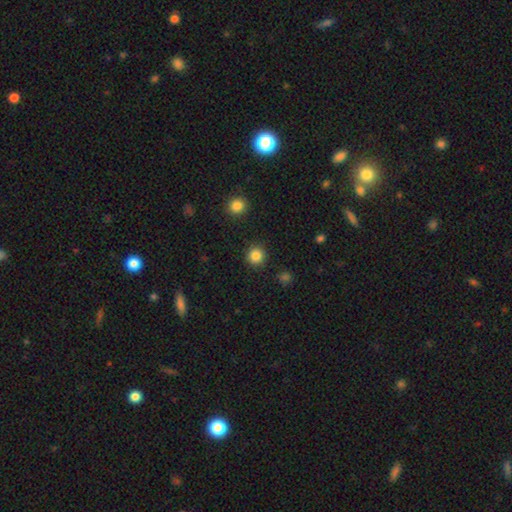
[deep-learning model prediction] This appears to be a smooth galaxy with no disk features (86%) that is round (94%). Merging: none (91%).